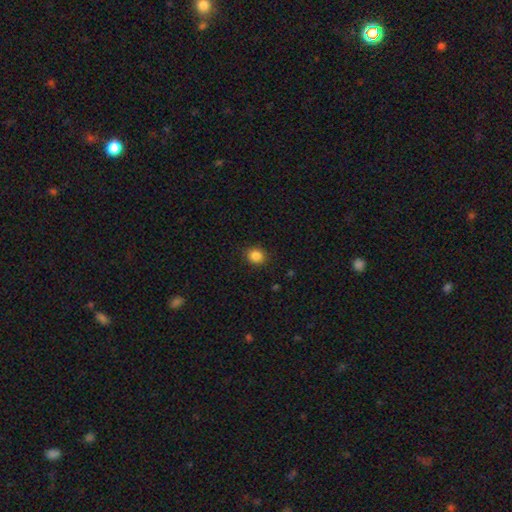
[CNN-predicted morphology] Smooth or featured? smooth (86%)
How rounded? round (76%)
Merging? none (88%)